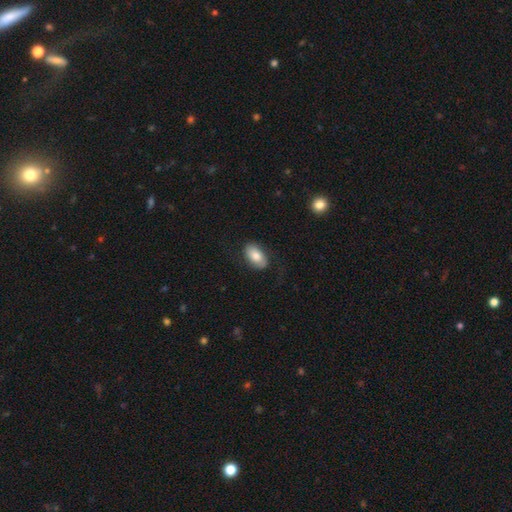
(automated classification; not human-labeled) Smooth or featured?
  - smooth: 77% *
  - featured or disk: 17%
  - star or artifact: 6%
How rounded?
  - in between: 92% *
  - round: 6%
  - cigar-shaped: 2%
Merging?
  - none: 75% *
  - minor disturbance: 17%
  - major disturbance: 7%
  - merger: 1%